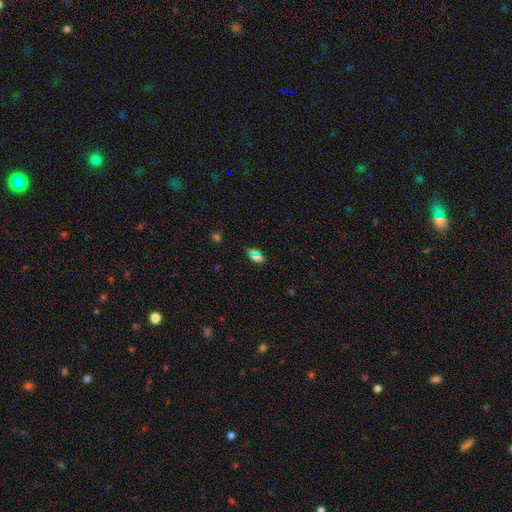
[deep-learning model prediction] Smooth or featured?
  - smooth: 56% *
  - star or artifact: 34%
  - featured or disk: 11%
How rounded?
  - in between: 71% *
  - round: 15%
  - cigar-shaped: 14%
Merging?
  - none: 81% *
  - minor disturbance: 11%
  - major disturbance: 5%
  - merger: 4%